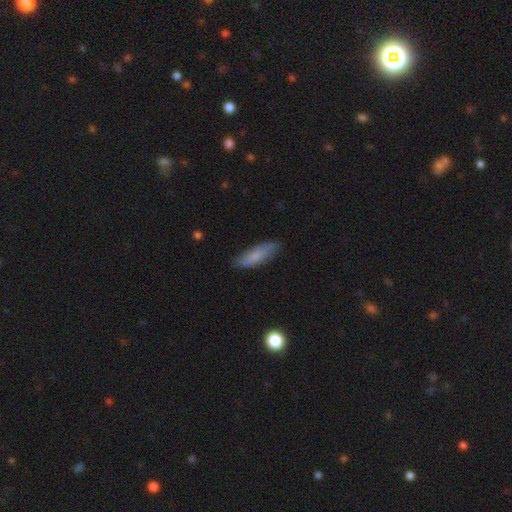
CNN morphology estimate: type=smooth (77%); roundness=cigar-shaped (50%); merging=none (80%).